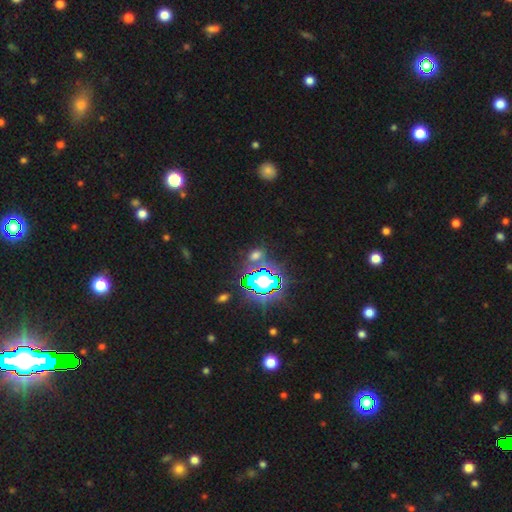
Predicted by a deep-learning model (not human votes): A star or artifact, not a galaxy (53%).